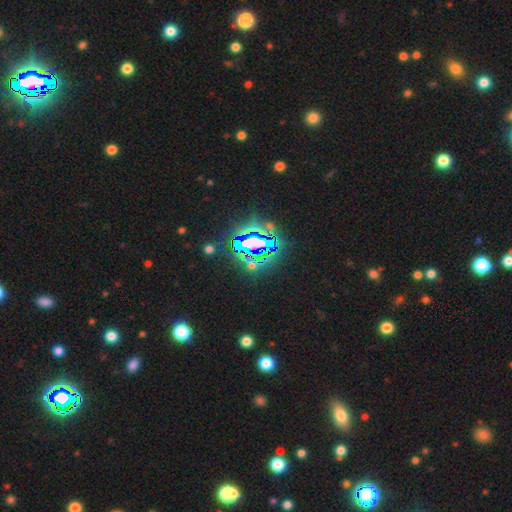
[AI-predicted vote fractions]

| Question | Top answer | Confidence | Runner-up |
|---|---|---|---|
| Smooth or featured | star or artifact | 79% | smooth (12%) |